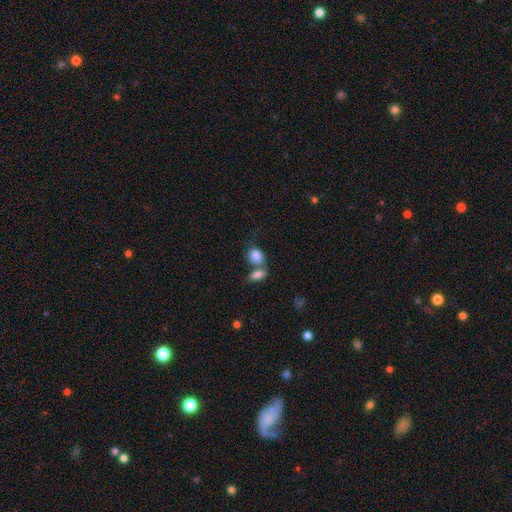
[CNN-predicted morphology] Smooth or featured?
  - smooth: 84% *
  - featured or disk: 8%
  - star or artifact: 8%
How rounded?
  - in between: 62% *
  - round: 36%
  - cigar-shaped: 2%
Merging?
  - merger: 49% *
  - none: 34%
  - minor disturbance: 12%
  - major disturbance: 6%